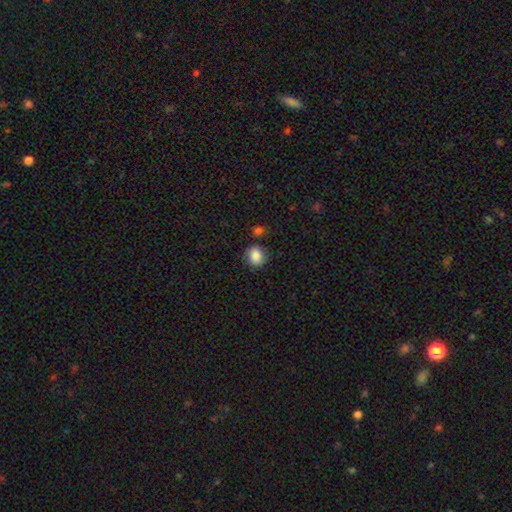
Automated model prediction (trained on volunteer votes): The model was most divided on "how rounded": round: 65%, in between: 34%, cigar-shaped: 1%. More confident: smooth or featured — smooth (86%); merging — none (79%).